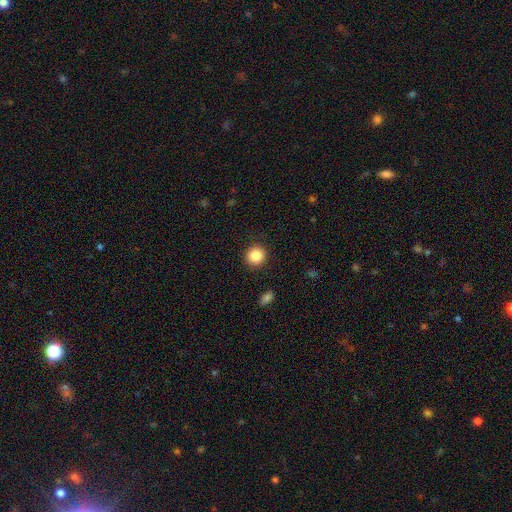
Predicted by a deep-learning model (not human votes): Morphology: type=smooth (87%); roundness=round (91%); merging=none (90%).